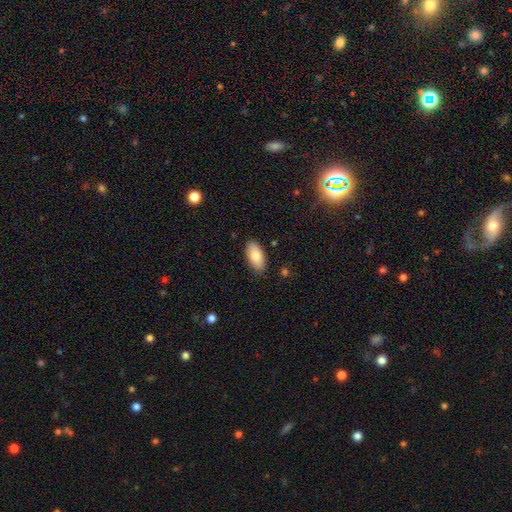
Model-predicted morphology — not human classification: Smooth or featured? Predicted: smooth (p=0.84). How rounded? Predicted: in between (p=0.92). Merging? Predicted: none (p=0.86).